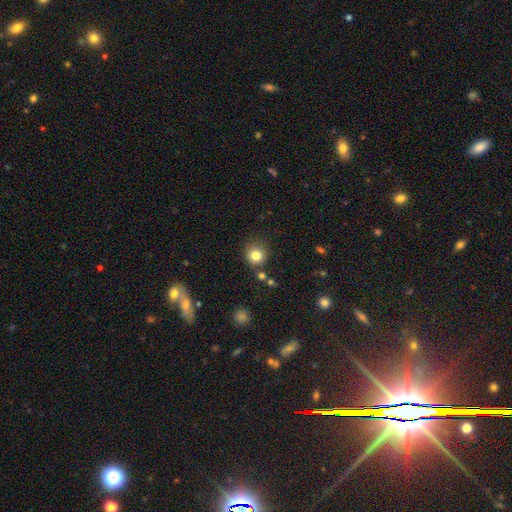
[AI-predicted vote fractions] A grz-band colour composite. It shows a smooth galaxy with no disk features (82%) that is round (90%). Merging: none (81%).